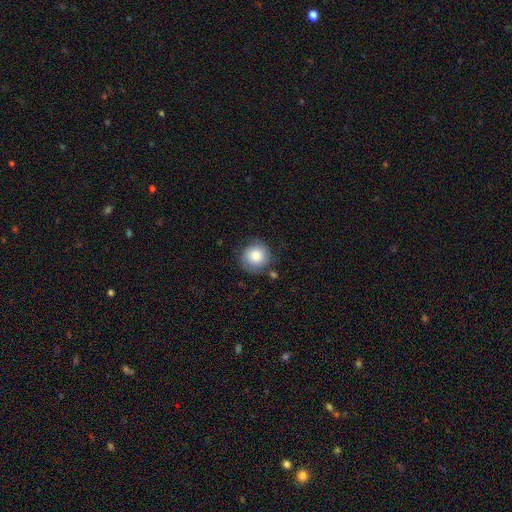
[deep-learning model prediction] Morphology: type=smooth (81%); roundness=round (92%); merging=none (77%).